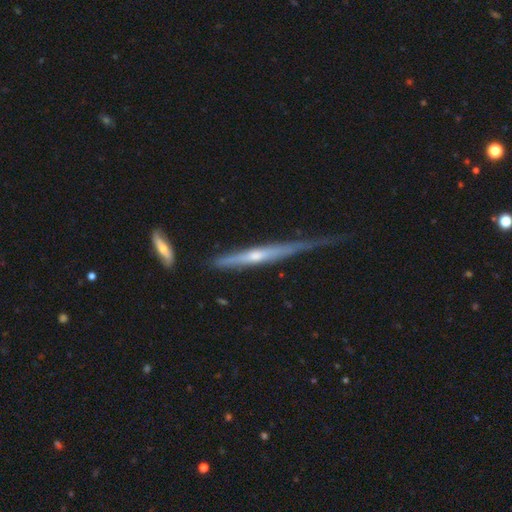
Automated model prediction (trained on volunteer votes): This is likely a featured or disk galaxy (69%). It is clearly viewed edge-on (93%). Edge-on bulge: likely rounded (62%). Merging: marginally none (44%).